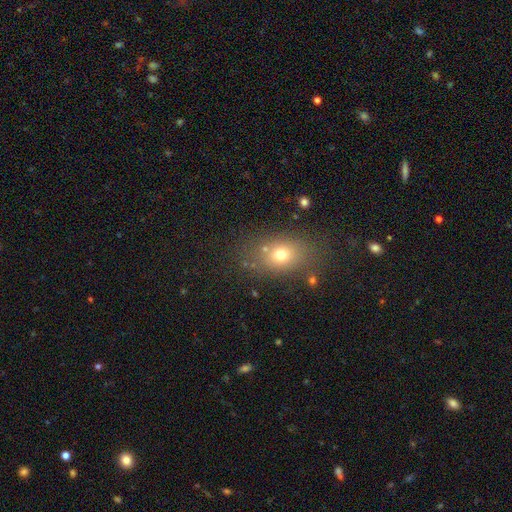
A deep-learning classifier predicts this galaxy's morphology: The model was most divided on "smooth or featured": smooth: 62%, star or artifact: 22%, featured or disk: 16%. More confident: merging — none (82%); how rounded — in between (70%).